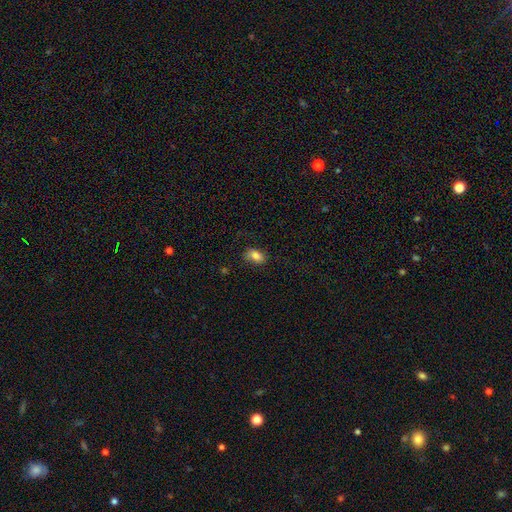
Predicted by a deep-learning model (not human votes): Smooth or featured? smooth (83%)
How rounded? in between (86%)
Merging? none (74%)